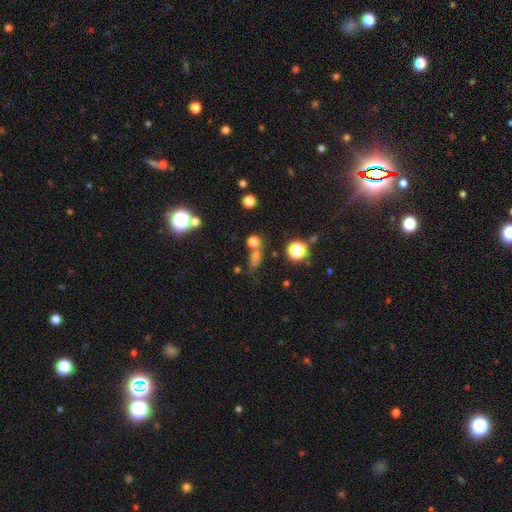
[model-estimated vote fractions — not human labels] This is likely a smooth galaxy (60%). How rounded: possibly in between (47%). Merging: possibly none (54%).